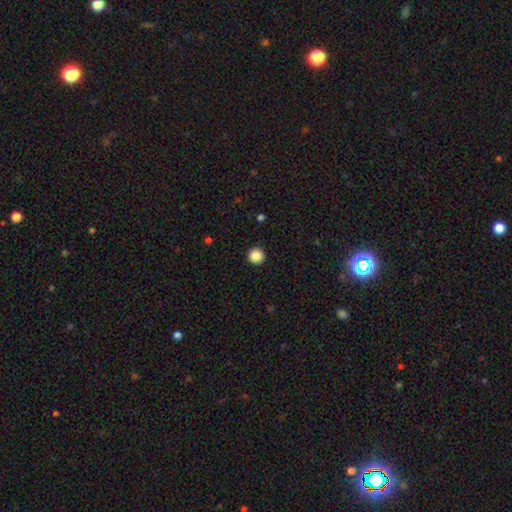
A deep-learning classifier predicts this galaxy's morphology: Smooth or featured?
  - smooth: 86% *
  - star or artifact: 10%
  - featured or disk: 4%
How rounded?
  - round: 96% *
  - in between: 3%
  - cigar-shaped: 1%
Merging?
  - none: 93% *
  - minor disturbance: 4%
  - major disturbance: 2%
  - merger: 1%